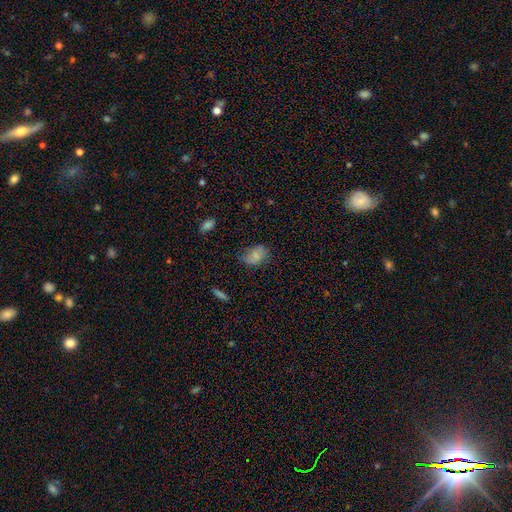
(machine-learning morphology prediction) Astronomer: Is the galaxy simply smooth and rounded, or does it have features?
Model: smooth — 75%.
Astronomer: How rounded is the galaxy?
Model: in between — 85%.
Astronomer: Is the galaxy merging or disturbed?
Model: none — 49% (runner-up: minor disturbance, 36%).